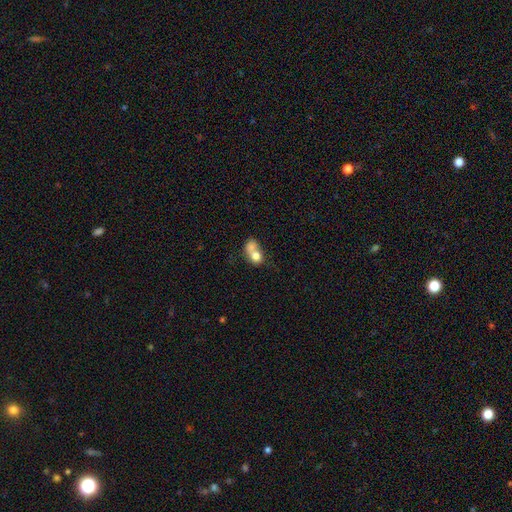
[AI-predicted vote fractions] Morphology: type=smooth (72%); roundness=round (55%); merging=merger (68%).